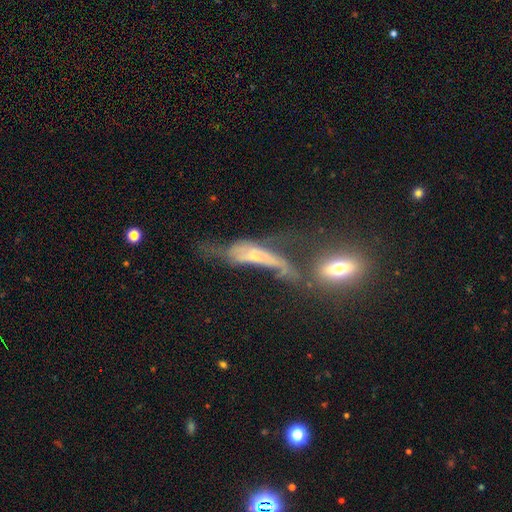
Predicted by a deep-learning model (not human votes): A featured or disk galaxy (55%).

Vote fractions:
- Smooth or featured? featured or disk: 55% / smooth: 32% / star or artifact: 13%
- Edge-on disk? no: 66% / yes: 34%
- Merging? merger: 38% / major disturbance: 34% / none: 16% / minor disturbance: 12%